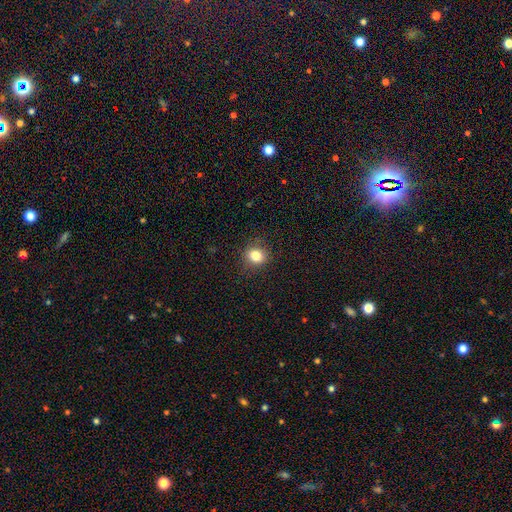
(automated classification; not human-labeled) Smooth or featured? Predicted: smooth (p=0.82). How rounded? Predicted: round (p=0.76). Merging? Predicted: none (p=0.86).